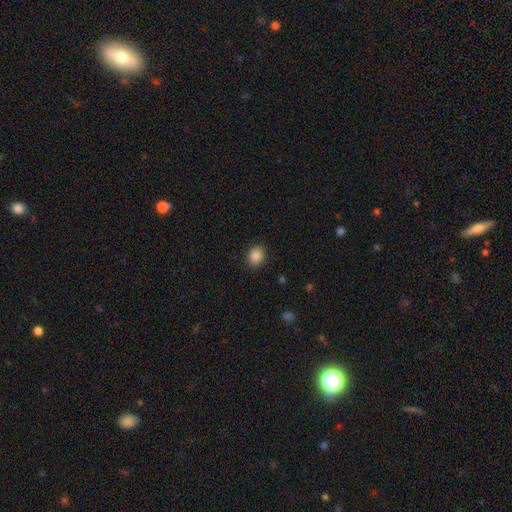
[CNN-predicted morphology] A smooth galaxy with no disk features (87%) that is round (57%).

Vote fractions:
- Smooth or featured? smooth: 87% / star or artifact: 9% / featured or disk: 4%
- How rounded? round: 57% / in between: 42% / cigar-shaped: 1%
- Merging? none: 88% / minor disturbance: 8% / major disturbance: 2% / merger: 1%